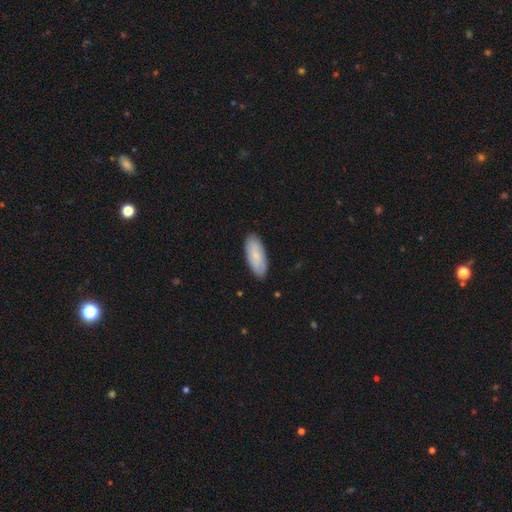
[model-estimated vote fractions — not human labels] This appears to be a smooth galaxy with no disk features (77%) that is in between round and cigar-shaped (80%). Merging: none (87%).